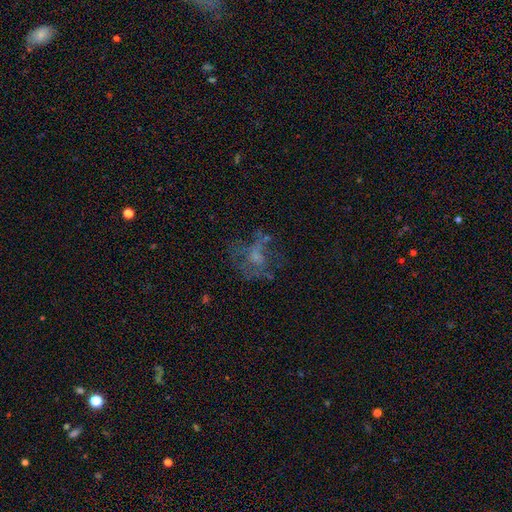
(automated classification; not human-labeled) Smooth or featured: featured or disk — 52% (smooth — 28%)
Edge-on disk: no — 97% (yes — 3%)
Bar: no — 79% (weak — 18%)
Spiral arms: no — 70% (yes — 30%)
Bulge size: none — 35% (small — 32%)
Merging: none — 47% (major disturbance — 32%)